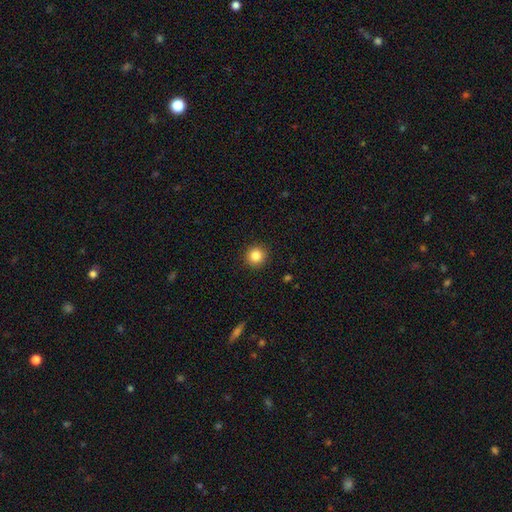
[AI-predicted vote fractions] A smooth galaxy with no disk features (85%) that is round (94%). Merging: none (92%).